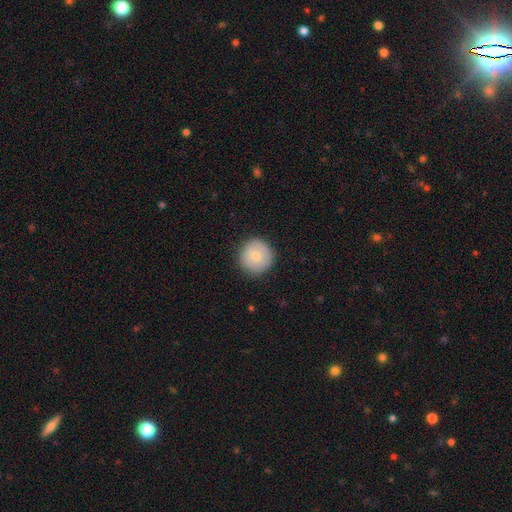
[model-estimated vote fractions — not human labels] A smooth galaxy with no disk features (78%) that is round (95%). Merging: none (87%).